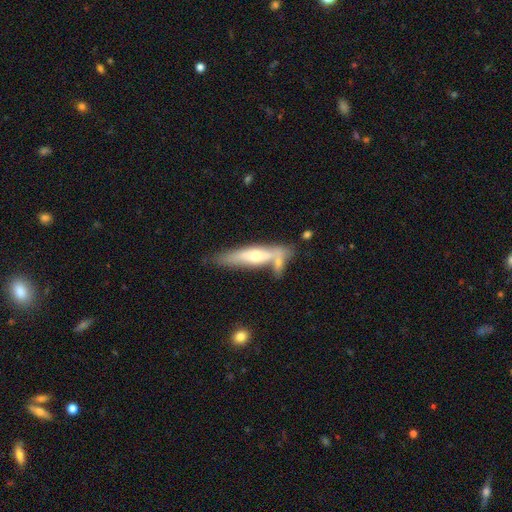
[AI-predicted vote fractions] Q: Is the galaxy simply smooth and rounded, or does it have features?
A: featured or disk — 54%.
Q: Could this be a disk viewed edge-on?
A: yes — 81%.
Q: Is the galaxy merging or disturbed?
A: none — 53%.